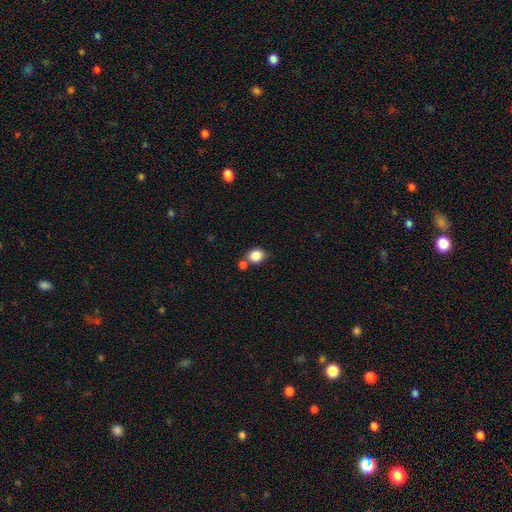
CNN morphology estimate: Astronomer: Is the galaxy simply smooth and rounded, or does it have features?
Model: smooth — 85%.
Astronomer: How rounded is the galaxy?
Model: round — 66%.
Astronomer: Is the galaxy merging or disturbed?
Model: none — 57%.